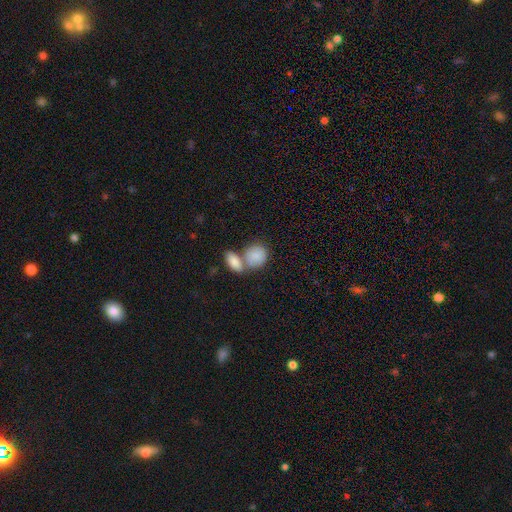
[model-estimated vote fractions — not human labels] smooth 82%, featured or disk 12%, star or artifact 6%. Down the decision tree: how rounded — in between (53%); merging — merger (56%).